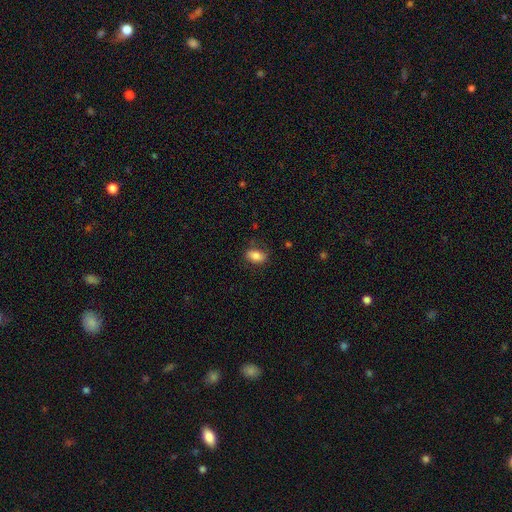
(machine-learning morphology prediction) Smooth or featured? Predicted: smooth (p=0.83). How rounded? Predicted: in between (p=0.87). Merging? Predicted: none (p=0.79).